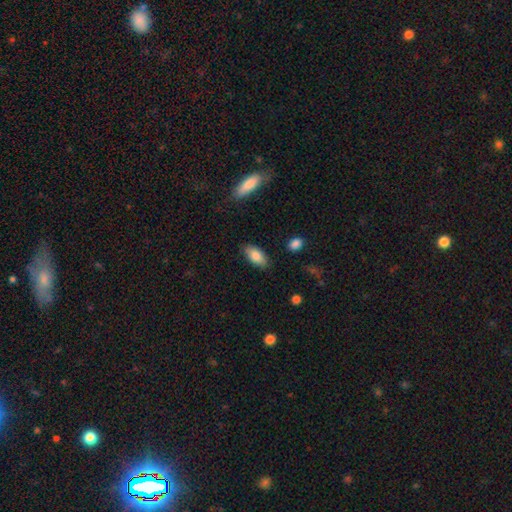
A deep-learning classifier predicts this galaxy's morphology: This is clearly a smooth galaxy (84%). How rounded: clearly in between (91%). Merging: clearly none (84%).